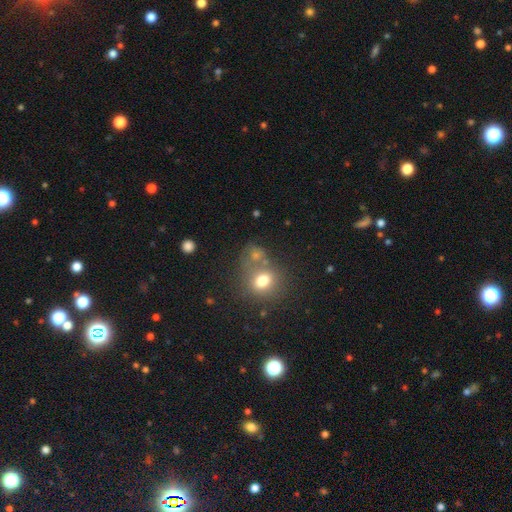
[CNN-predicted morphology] The model was most divided on "merging": none: 51%, merger: 32%, minor disturbance: 11%, major disturbance: 6%. More confident: how rounded — round (73%); smooth or featured — smooth (66%).